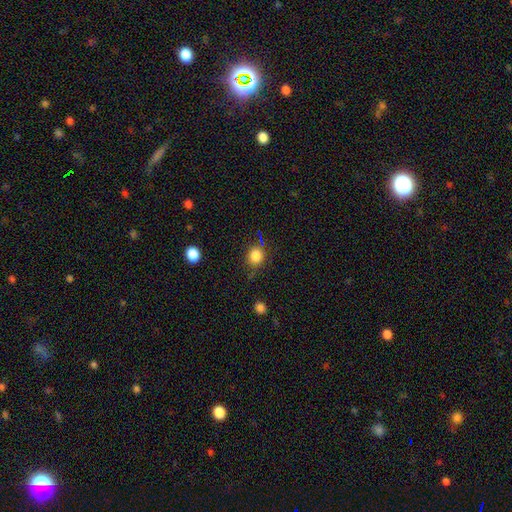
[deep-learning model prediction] Q: Smooth or featured?
A: smooth (83%); runner-up: star or artifact (12%)
Q: How rounded?
A: round (81%); runner-up: in between (18%)
Q: Merging?
A: none (79%); runner-up: minor disturbance (14%)